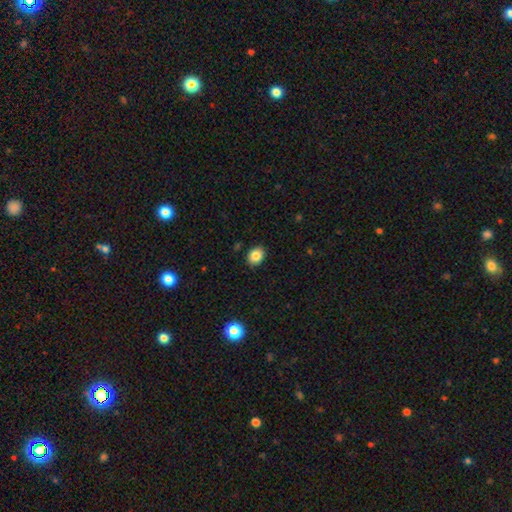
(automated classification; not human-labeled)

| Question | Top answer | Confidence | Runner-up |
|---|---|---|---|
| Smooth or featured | smooth | 85% | star or artifact (9%) |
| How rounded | in between | 58% | round (41%) |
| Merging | none | 88% | minor disturbance (8%) |